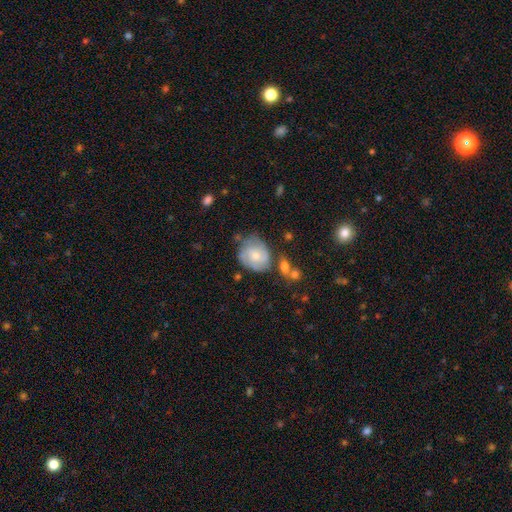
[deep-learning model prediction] smooth-or-featured: featured or disk: 50% | smooth: 43% | star or artifact: 7%
  disk-edge-on: no: 97% | yes: 3%
  merging: none: 54% | minor disturbance: 26% | major disturbance: 10% | merger: 9%